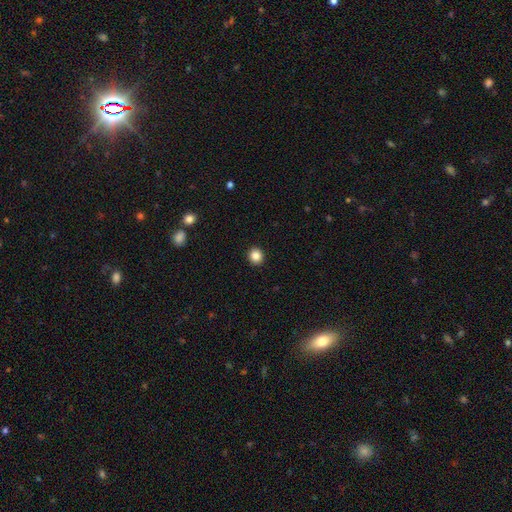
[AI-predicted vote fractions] smooth_or_featured: smooth (p=0.86) [alt: star or artifact p=0.11]
how_rounded: round (p=0.90) [alt: in between p=0.10]
merging: none (p=0.93) [alt: minor disturbance p=0.04]